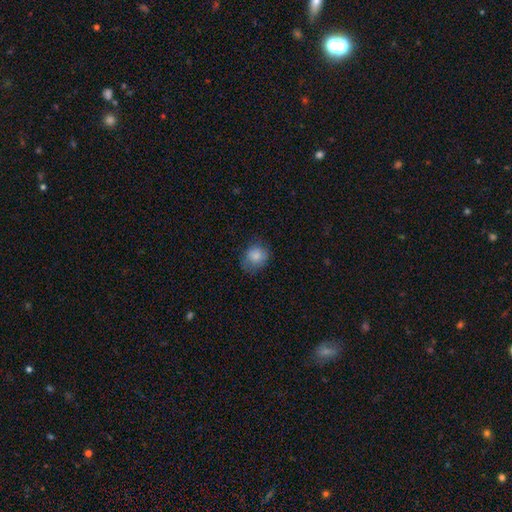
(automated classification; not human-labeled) A smooth galaxy with no disk features (82%) that is round (67%). Merging: none (63%).